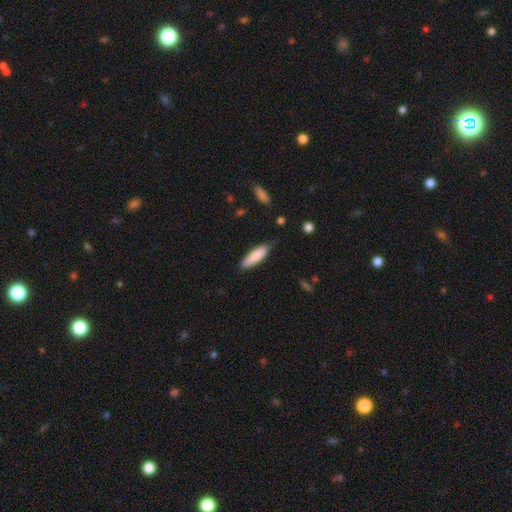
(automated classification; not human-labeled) A smooth galaxy with no disk features (84%) that is cigar-shaped (61%).

Vote fractions:
- Smooth or featured? smooth: 84% / featured or disk: 11% / star or artifact: 6%
- How rounded? cigar-shaped: 61% / in between: 37% / round: 1%
- Merging? none: 73% / minor disturbance: 22% / major disturbance: 3% / merger: 2%